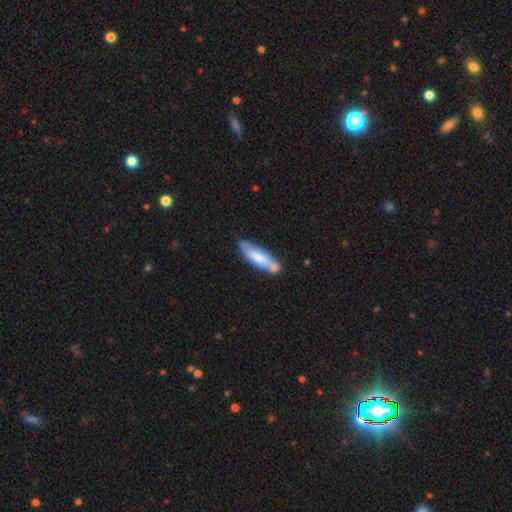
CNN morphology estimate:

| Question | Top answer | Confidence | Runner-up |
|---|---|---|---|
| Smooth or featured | smooth | 63% | featured or disk (31%) |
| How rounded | cigar-shaped | 66% | in between (33%) |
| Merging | none | 57% | minor disturbance (20%) |